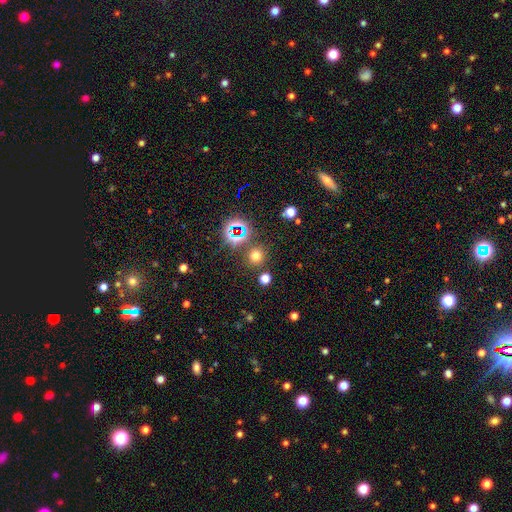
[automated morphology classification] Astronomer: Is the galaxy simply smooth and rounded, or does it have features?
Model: smooth — 63%.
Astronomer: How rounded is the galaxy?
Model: round — 89%.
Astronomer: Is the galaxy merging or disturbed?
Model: none — 83%.